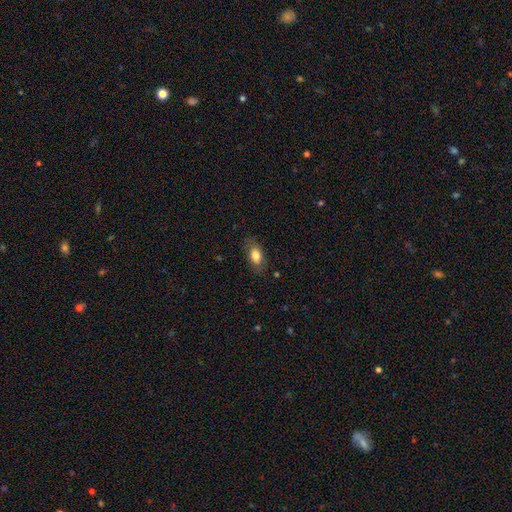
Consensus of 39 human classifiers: smooth-or-featured: smooth: 79% | featured or disk: 10% | star or artifact: 10%
  how-rounded: in between: 90% | cigar-shaped: 6% | round: 3%
  merging: none: 80% | minor disturbance: 11% | major disturbance: 9% | merger: 0%